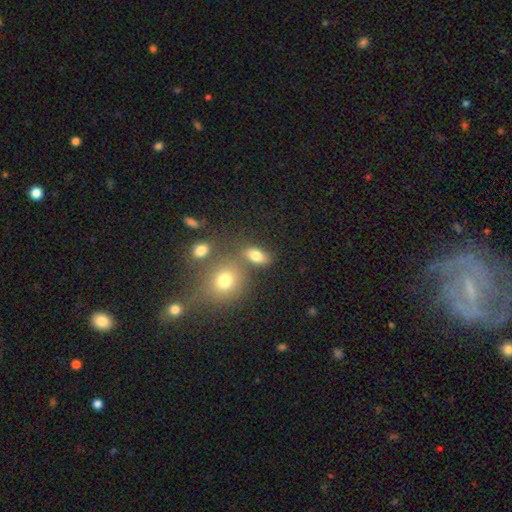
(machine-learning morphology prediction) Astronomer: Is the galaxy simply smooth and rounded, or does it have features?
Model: smooth — 77%.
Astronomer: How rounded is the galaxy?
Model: in between — 77%.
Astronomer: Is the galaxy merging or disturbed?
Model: none — 59%.